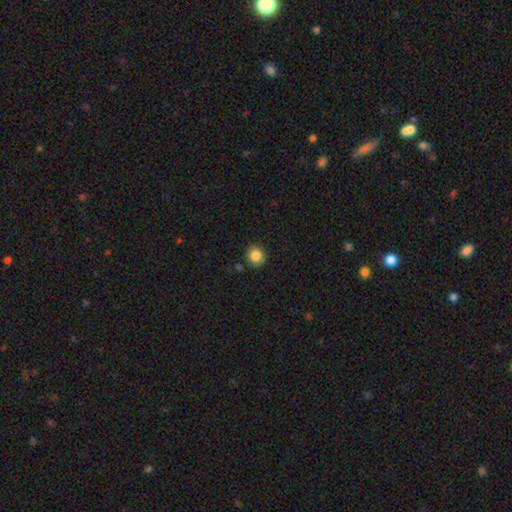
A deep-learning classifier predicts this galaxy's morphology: Q: Smooth or featured?
A: smooth (85%); runner-up: star or artifact (10%)
Q: How rounded?
A: round (92%); runner-up: in between (7%)
Q: Merging?
A: none (89%); runner-up: minor disturbance (7%)